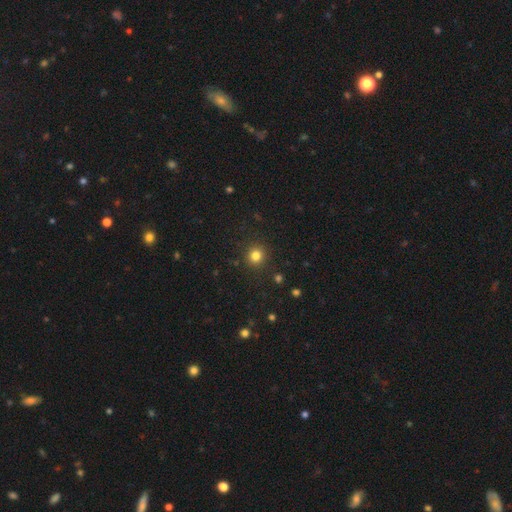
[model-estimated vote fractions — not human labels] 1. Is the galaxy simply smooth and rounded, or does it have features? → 81% smooth, 14% star or artifact, 5% featured or disk.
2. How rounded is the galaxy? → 92% round, 7% in between, 1% cigar-shaped.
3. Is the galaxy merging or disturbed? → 91% none, 6% minor disturbance, 2% major disturbance, 1% merger.